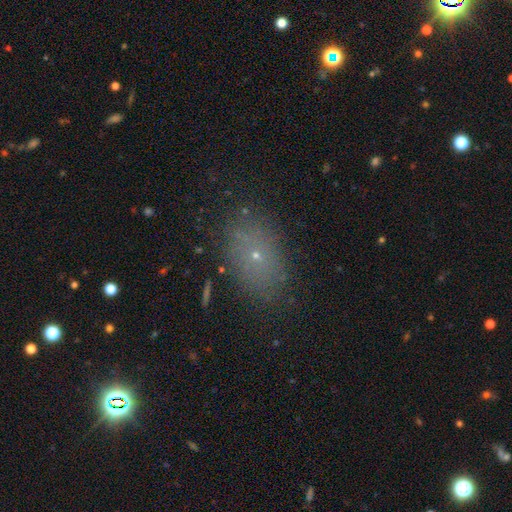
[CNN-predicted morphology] This appears to be a smooth galaxy with no disk features (63%) that is in between round and cigar-shaped (76%). Merging: none (81%).